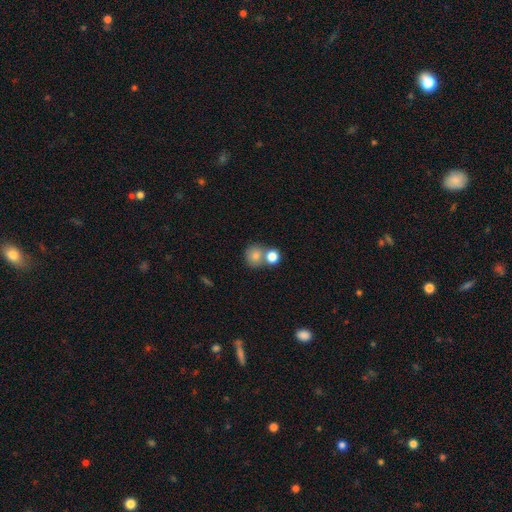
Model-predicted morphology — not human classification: This appears to be a smooth galaxy with no disk features (79%) that is round (83%). Merging: none (50%).